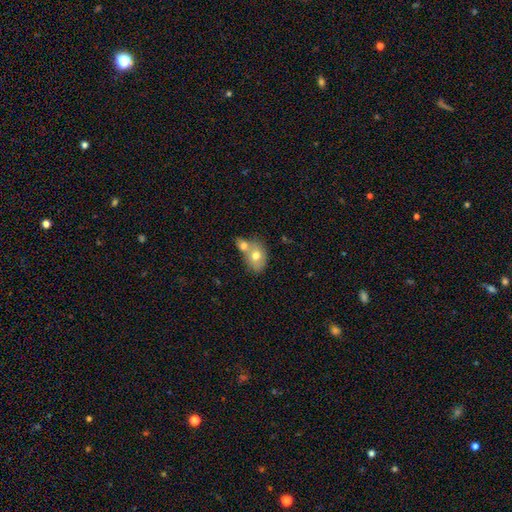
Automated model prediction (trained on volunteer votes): The model was most divided on "how rounded": in between: 64%, round: 35%, cigar-shaped: 1%. More confident: smooth or featured — smooth (68%); merging — merger (61%).